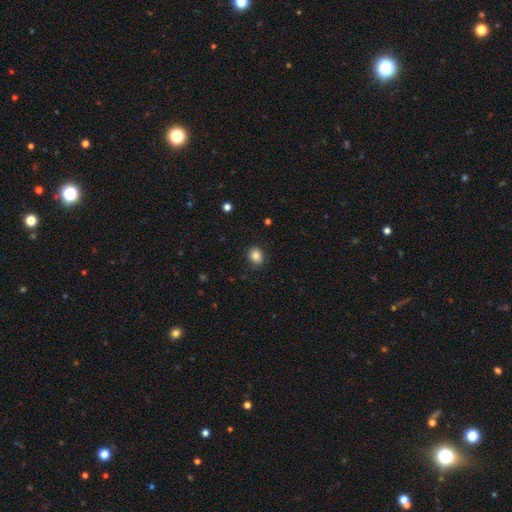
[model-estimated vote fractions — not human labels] Morphology: type=smooth (86%); roundness=round (56%); merging=none (87%).